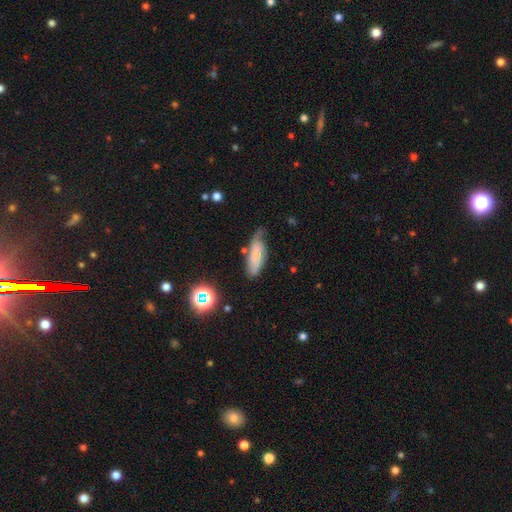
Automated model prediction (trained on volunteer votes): A smooth galaxy with no disk features (69%) that is in between round and cigar-shaped (57%).

Vote fractions:
- Smooth or featured? smooth: 69% / featured or disk: 20% / star or artifact: 11%
- How rounded? in between: 57% / cigar-shaped: 40% / round: 3%
- Merging? none: 48% / minor disturbance: 36% / major disturbance: 12% / merger: 4%